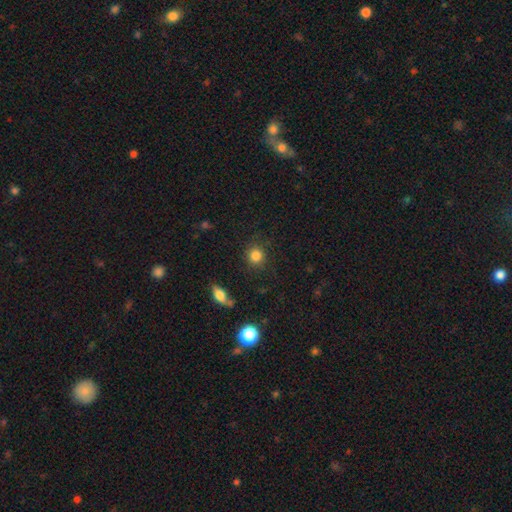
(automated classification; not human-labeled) A smooth galaxy with no disk features (84%) that is round (88%). Merging: none (87%).